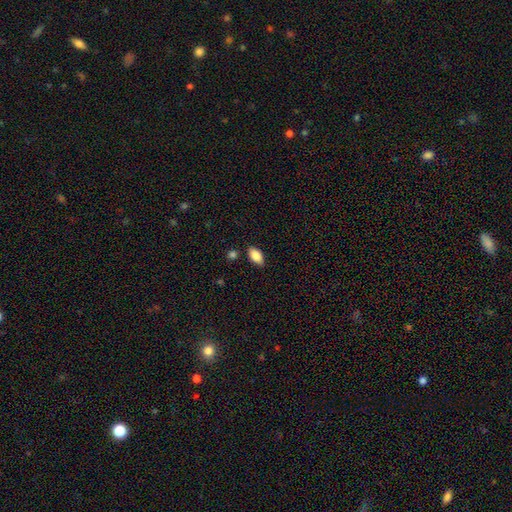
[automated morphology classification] smooth_or_featured: smooth (p=0.84) [alt: featured or disk p=0.08]
how_rounded: in between (p=0.92) [alt: round p=0.04]
merging: none (p=0.83) [alt: minor disturbance p=0.12]